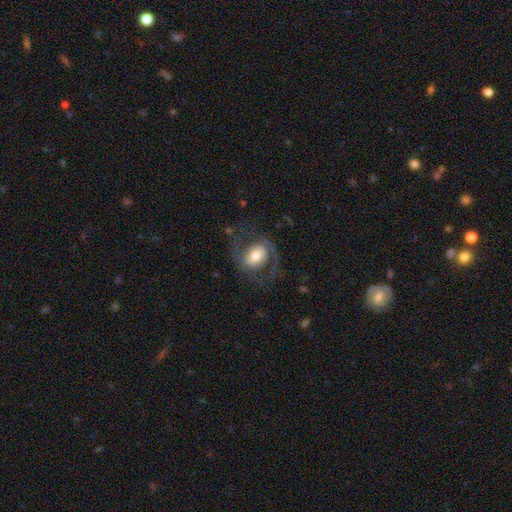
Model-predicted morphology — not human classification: The model was most divided on "bar": no: 49%, weak: 34%, strong: 17%. More confident: edge-on disk — no (96%); spiral arms — yes (76%); merging — none (64%); smooth or featured — featured or disk (63%); bulge size — moderate (62%).